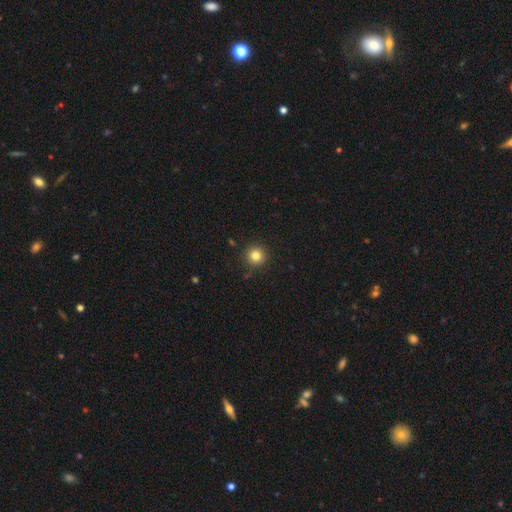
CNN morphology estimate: smooth 83%, star or artifact 12%, featured or disk 6%. Down the decision tree: how rounded — round (95%); merging — none (90%).